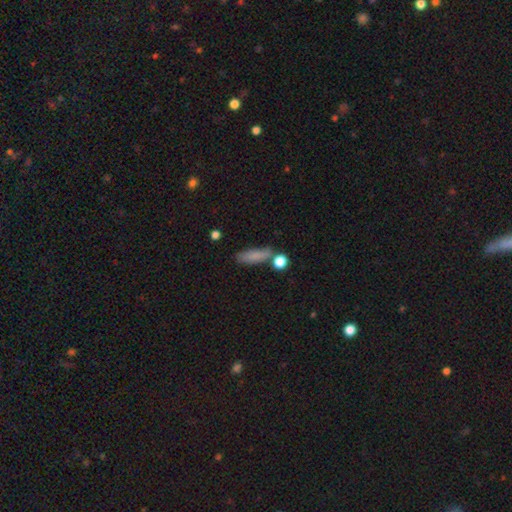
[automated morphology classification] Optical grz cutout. It shows a smooth galaxy with no disk features (79%) that is cigar-shaped (48%). Merging: none (64%).